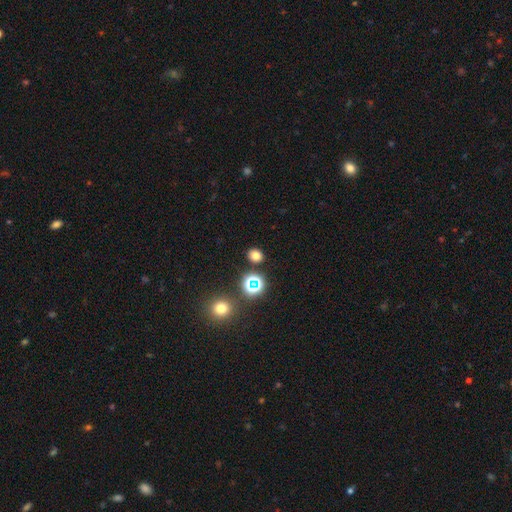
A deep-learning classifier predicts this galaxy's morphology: This is likely a smooth galaxy (71%). How rounded: possibly round (56%). Merging: clearly none (85%).